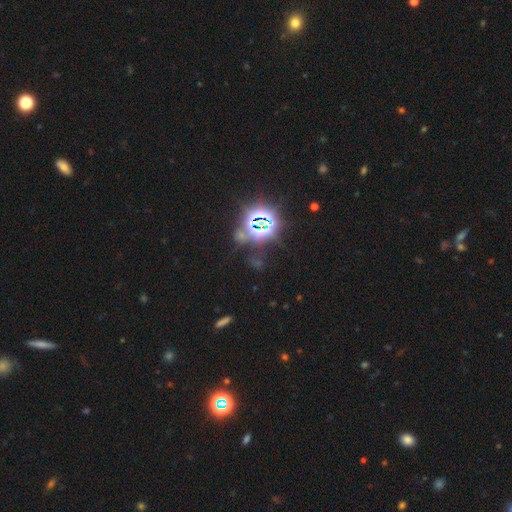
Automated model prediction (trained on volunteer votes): smooth-or-featured: star or artifact: 81% | smooth: 12% | featured or disk: 7%